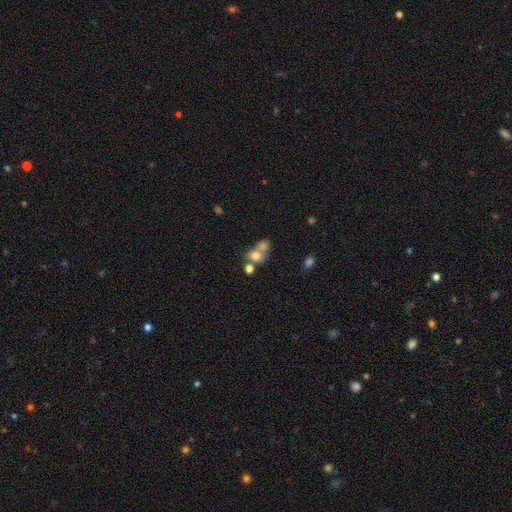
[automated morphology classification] smooth_or_featured: smooth (p=0.72) [alt: featured or disk p=0.15]
how_rounded: round (p=0.67) [alt: in between p=0.32]
merging: merger (p=0.59) [alt: none p=0.29]